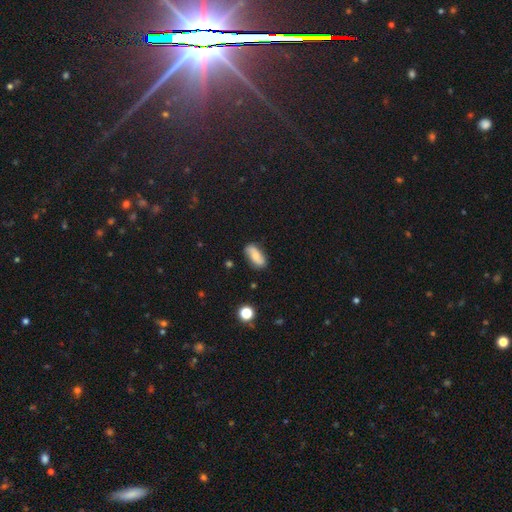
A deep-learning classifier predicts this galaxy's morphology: Smooth or featured? Predicted: smooth (p=0.62). How rounded? Predicted: in between (p=0.83). Merging? Predicted: none (p=0.76).